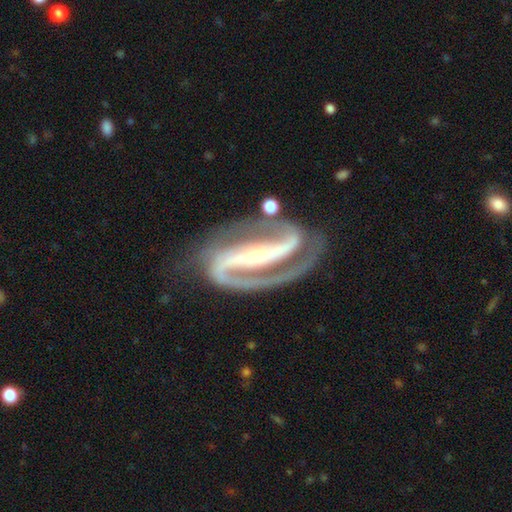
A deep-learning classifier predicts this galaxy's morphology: smooth_or_featured: featured or disk (p=0.93) [alt: star or artifact p=0.04]
disk_edge_on: no (p=0.96) [alt: yes p=0.04]
bar: strong (p=0.78) [alt: weak p=0.13]
has_spiral_arms: yes (p=0.98) [alt: no p=0.02]
spiral_winding: medium (p=0.51) [alt: tight p=0.38]
spiral_arm_count: 2 (p=0.93) [alt: 1 p=0.02]
bulge_size: small (p=0.65) [alt: moderate p=0.29]
merging: none (p=0.72) [alt: minor disturbance p=0.16]